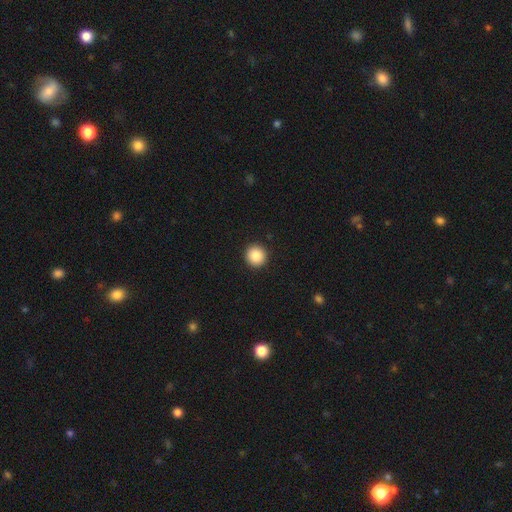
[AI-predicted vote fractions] This appears to be a smooth galaxy with no disk features (87%) that is round (95%). Merging: none (93%).